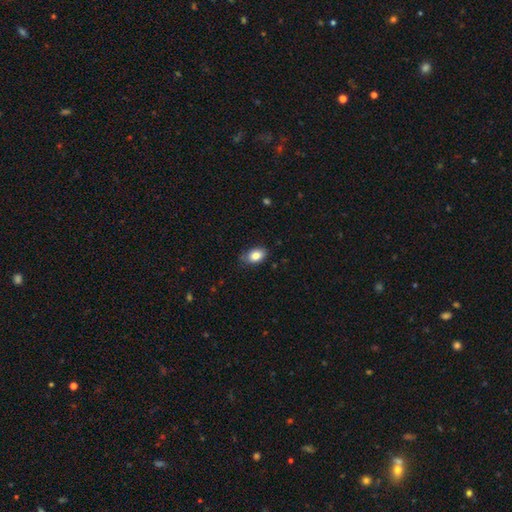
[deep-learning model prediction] A smooth galaxy with no disk features (84%) that is in between round and cigar-shaped (86%).

Vote fractions:
- Smooth or featured? smooth: 84% / featured or disk: 8% / star or artifact: 8%
- How rounded? in between: 86% / round: 13% / cigar-shaped: 1%
- Merging? none: 74% / minor disturbance: 22% / major disturbance: 3% / merger: 1%